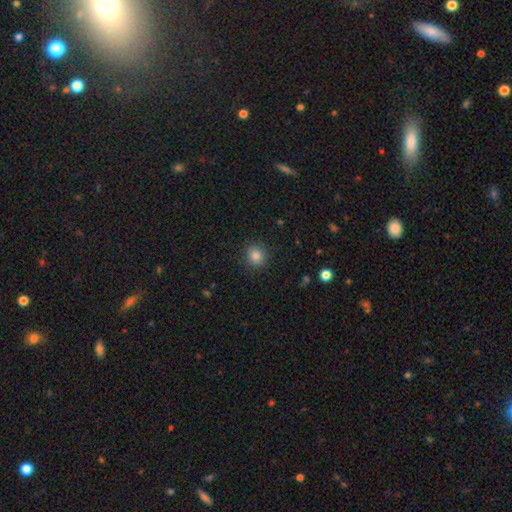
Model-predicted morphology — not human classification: A smooth galaxy with no disk features (84%) that is round (85%).

Vote fractions:
- Smooth or featured? smooth: 84% / star or artifact: 11% / featured or disk: 5%
- How rounded? round: 85% / in between: 14% / cigar-shaped: 1%
- Merging? none: 89% / minor disturbance: 8% / major disturbance: 2% / merger: 1%